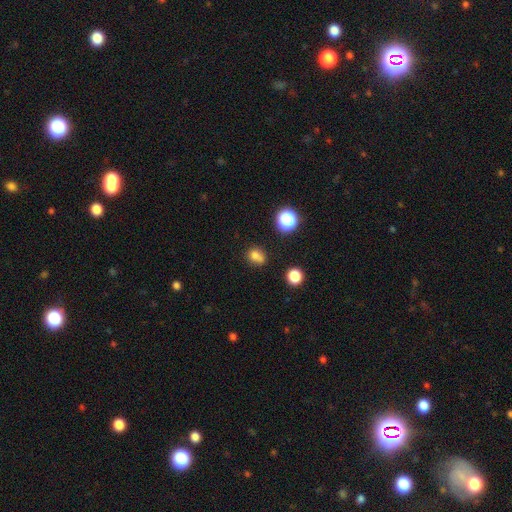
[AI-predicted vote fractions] smooth_or_featured: smooth (p=0.74) [alt: star or artifact p=0.16]
how_rounded: round (p=0.66) [alt: in between p=0.33]
merging: none (p=0.49) [alt: merger p=0.29]